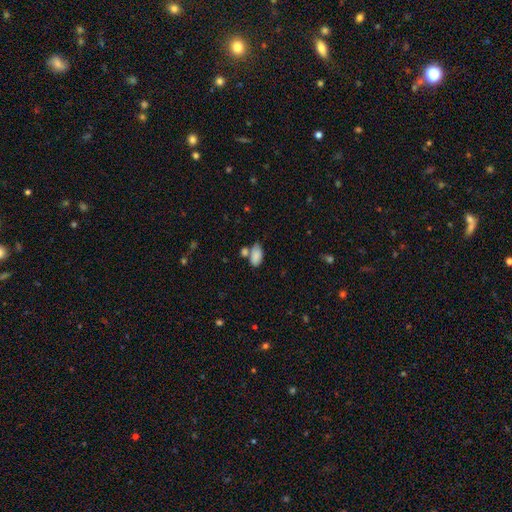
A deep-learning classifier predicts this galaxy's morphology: smooth 85%, star or artifact 8%, featured or disk 7%. Down the decision tree: how rounded — in between (93%); merging — none (48%).